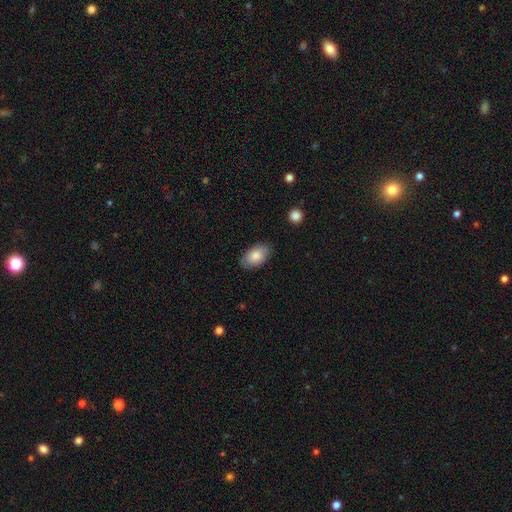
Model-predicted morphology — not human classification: A smooth galaxy with no disk features (82%) that is in between round and cigar-shaped (92%).

Vote fractions:
- Smooth or featured? smooth: 82% / featured or disk: 11% / star or artifact: 6%
- How rounded? in between: 92% / round: 7% / cigar-shaped: 1%
- Merging? none: 81% / minor disturbance: 15% / major disturbance: 3% / merger: 1%